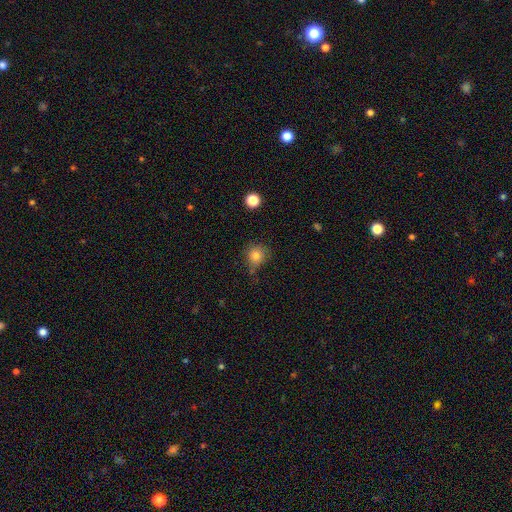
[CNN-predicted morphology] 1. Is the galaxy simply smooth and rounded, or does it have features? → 80% smooth, 13% star or artifact, 7% featured or disk.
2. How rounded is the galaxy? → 86% round, 13% in between, 1% cigar-shaped.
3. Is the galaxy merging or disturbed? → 62% none, 25% minor disturbance, 8% major disturbance, 5% merger.